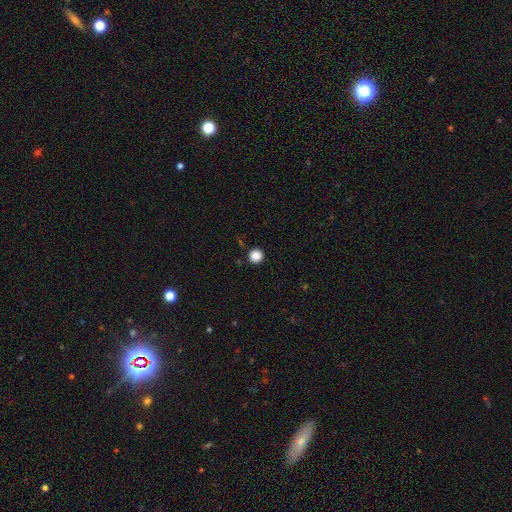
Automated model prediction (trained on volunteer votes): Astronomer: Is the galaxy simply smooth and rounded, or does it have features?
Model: smooth — 87%.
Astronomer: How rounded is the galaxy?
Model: round — 95%.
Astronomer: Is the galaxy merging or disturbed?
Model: none — 91%.